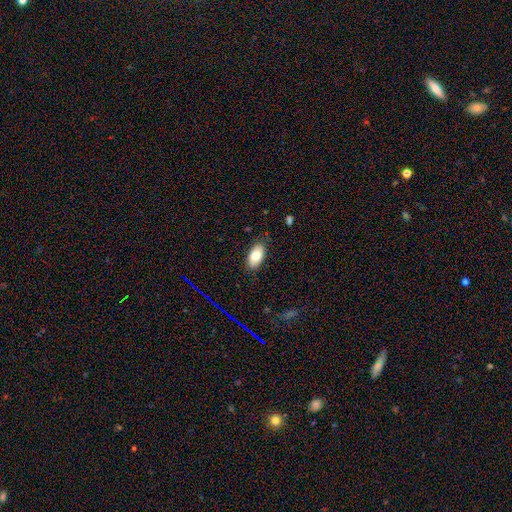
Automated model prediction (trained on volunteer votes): Smooth or featured?
  - smooth: 80% *
  - featured or disk: 12%
  - star or artifact: 8%
How rounded?
  - in between: 94% *
  - round: 3%
  - cigar-shaped: 3%
Merging?
  - none: 84% *
  - minor disturbance: 13%
  - major disturbance: 3%
  - merger: 1%